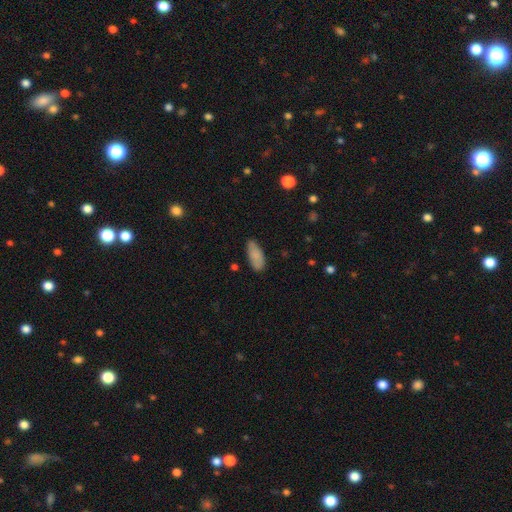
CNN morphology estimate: Smooth or featured: smooth — 86% (featured or disk — 7%)
How rounded: in between — 82% (cigar-shaped — 16%)
Merging: none — 76% (minor disturbance — 18%)